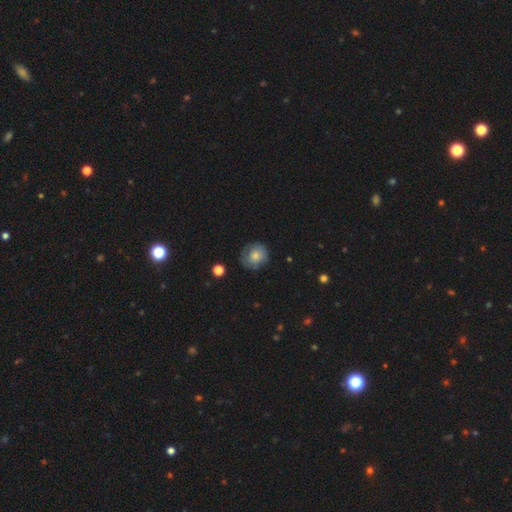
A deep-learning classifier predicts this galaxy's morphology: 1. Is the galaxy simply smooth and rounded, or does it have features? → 70% smooth, 22% featured or disk, 8% star or artifact.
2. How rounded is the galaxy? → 82% round, 17% in between, 1% cigar-shaped.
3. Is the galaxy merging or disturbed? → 72% none, 21% minor disturbance, 6% major disturbance, 1% merger.